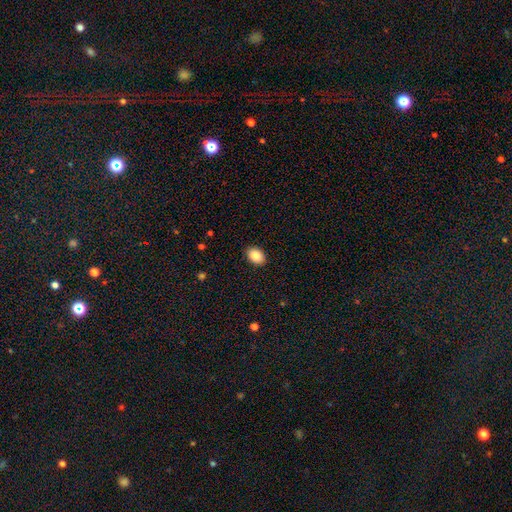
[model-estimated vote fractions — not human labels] Overall: smooth (86%). How rounded: in between (81%). Merging: none (90%).